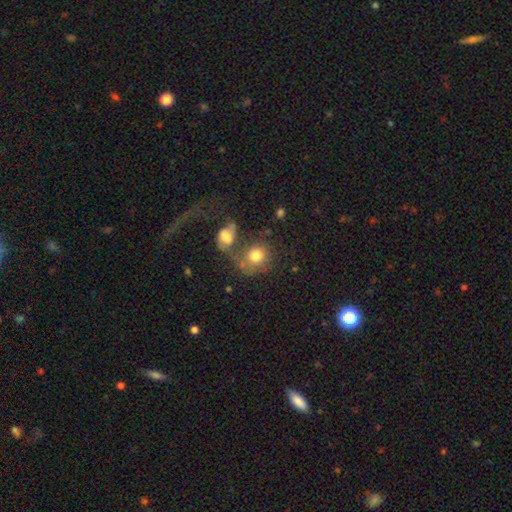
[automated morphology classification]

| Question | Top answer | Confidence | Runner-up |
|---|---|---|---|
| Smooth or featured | smooth | 73% | featured or disk (17%) |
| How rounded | round | 73% | in between (26%) |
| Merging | merger | 42% | none (33%) |